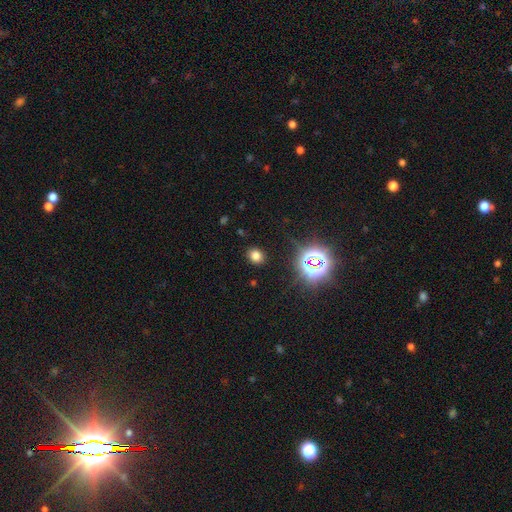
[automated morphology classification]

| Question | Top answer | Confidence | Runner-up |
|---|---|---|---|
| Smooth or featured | smooth | 72% | star or artifact (22%) |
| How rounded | round | 61% | in between (38%) |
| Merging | none | 87% | minor disturbance (8%) |